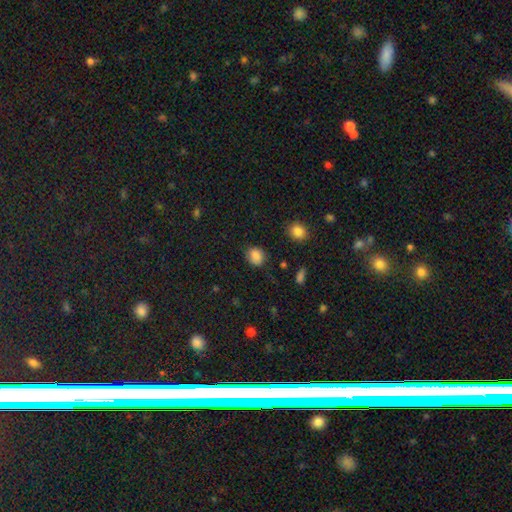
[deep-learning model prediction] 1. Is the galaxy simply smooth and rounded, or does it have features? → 84% smooth, 10% star or artifact, 6% featured or disk.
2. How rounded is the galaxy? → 58% round, 41% in between, 1% cigar-shaped.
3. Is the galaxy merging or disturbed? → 81% none, 14% minor disturbance, 3% major disturbance, 2% merger.